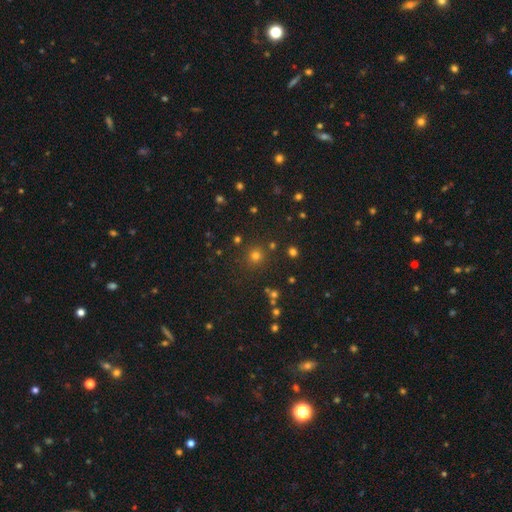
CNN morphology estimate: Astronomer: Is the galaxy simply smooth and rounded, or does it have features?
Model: smooth — 67%.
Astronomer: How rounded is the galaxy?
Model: round — 94%.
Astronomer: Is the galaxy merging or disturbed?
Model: none — 87%.